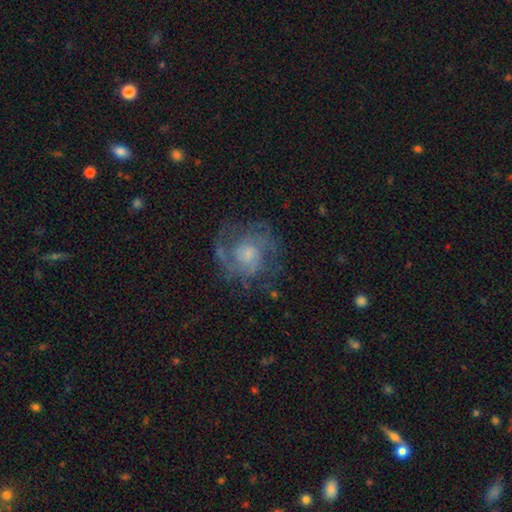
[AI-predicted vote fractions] A featured or disk galaxy (75%) with no bar (67%), 2 (45%) tight (46%) spiral arms (92%) and a moderate central bulge (41%).

Vote fractions:
- Smooth or featured? featured or disk: 75% / smooth: 14% / star or artifact: 11%
- Edge-on disk? no: 98% / yes: 2%
- Bar? no: 67% / weak: 28% / strong: 5%
- Spiral arms? yes: 92% / no: 8%
- Spiral winding? tight: 46% / medium: 43% / loose: 11%
- Spiral arm count? 2: 45% / can't tell: 24% / 3: 17% / 4: 5% / 1: 5% / more than 4: 4%
- Bulge size? moderate: 41% / small: 38% / large: 10% / none: 9% / dominant: 2%
- Merging? none: 74% / minor disturbance: 15% / major disturbance: 10% / merger: 1%